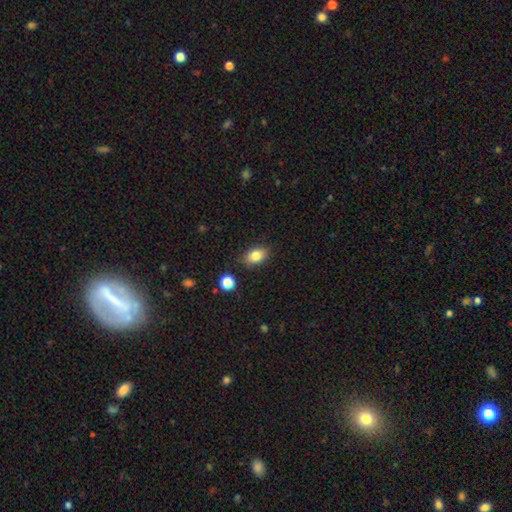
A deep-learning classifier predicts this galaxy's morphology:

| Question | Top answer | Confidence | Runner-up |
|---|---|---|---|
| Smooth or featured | smooth | 82% | star or artifact (9%) |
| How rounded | in between | 84% | round (14%) |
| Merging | none | 84% | minor disturbance (12%) |